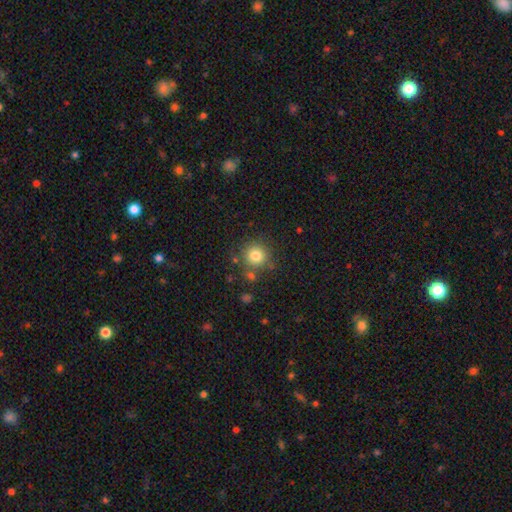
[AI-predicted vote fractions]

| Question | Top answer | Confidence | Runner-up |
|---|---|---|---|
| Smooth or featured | smooth | 80% | star or artifact (12%) |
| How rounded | round | 93% | in between (6%) |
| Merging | none | 80% | minor disturbance (10%) |